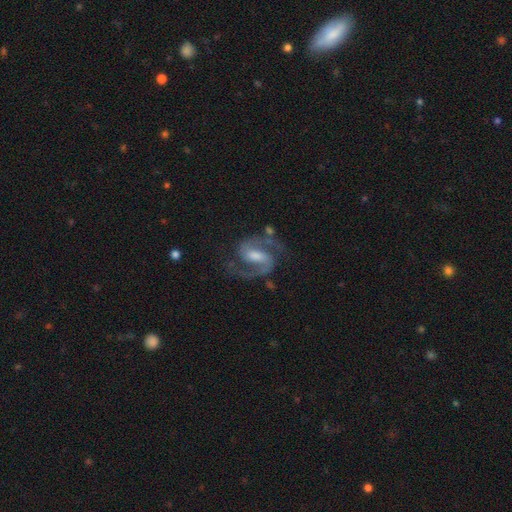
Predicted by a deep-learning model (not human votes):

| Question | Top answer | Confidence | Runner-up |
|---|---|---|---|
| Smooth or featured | featured or disk | 91% | star or artifact (5%) |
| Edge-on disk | no | 98% | yes (2%) |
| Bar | weak | 49% | strong (35%) |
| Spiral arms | yes | 98% | no (2%) |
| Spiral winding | medium | 66% | tight (17%) |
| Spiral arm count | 2 | 93% | can't tell (2%) |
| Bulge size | moderate | 47% | small (30%) |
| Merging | none | 74% | minor disturbance (15%) |